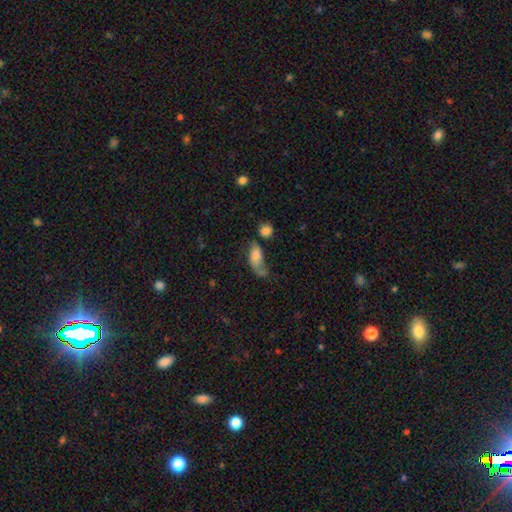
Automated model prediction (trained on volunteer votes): Smooth or featured? smooth (65%)
How rounded? in between (81%)
Merging? none (29%, tied with major disturbance)